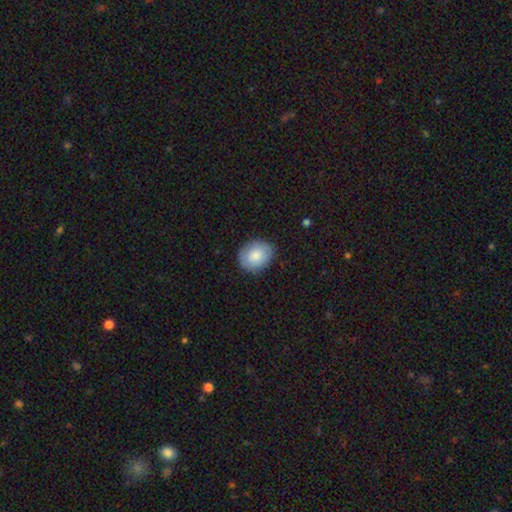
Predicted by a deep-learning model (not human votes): smooth 81%, featured or disk 12%, star or artifact 7%. Down the decision tree: how rounded — round (54%); merging — none (84%).